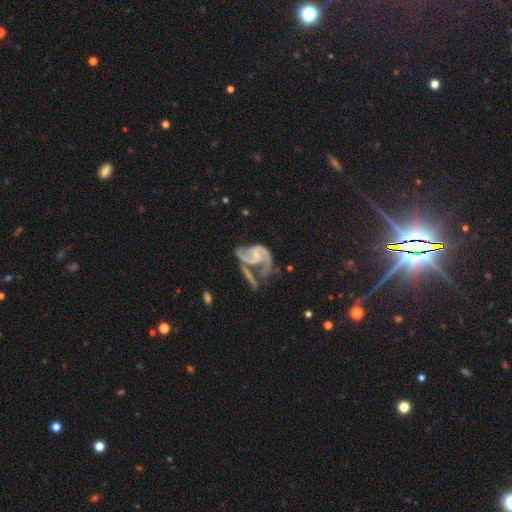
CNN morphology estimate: This appears to be a featured or disk galaxy (88%) with no bar (53%), 2 (83%) medium (53%) spiral arms (96%) and a small central bulge (67%). Merging: none (30%).